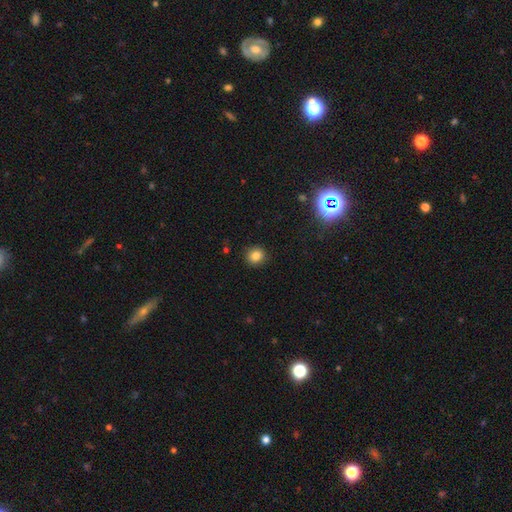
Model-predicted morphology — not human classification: smooth_or_featured: smooth (p=0.84) [alt: star or artifact p=0.12]
how_rounded: round (p=0.81) [alt: in between p=0.18]
merging: none (p=0.88) [alt: minor disturbance p=0.08]